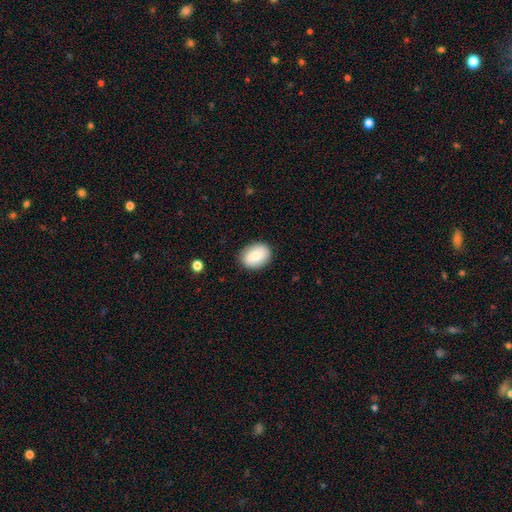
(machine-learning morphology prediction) smooth 79%, featured or disk 14%, star or artifact 7%. Down the decision tree: how rounded — in between (64%); merging — none (87%).